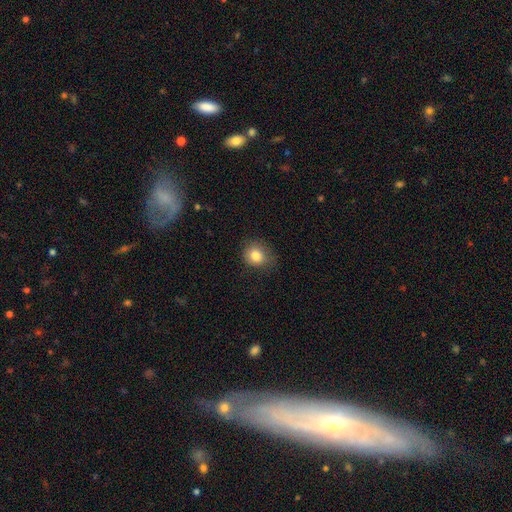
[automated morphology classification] smooth 82%, star or artifact 11%, featured or disk 7%. Down the decision tree: how rounded — round (75%); merging — none (72%).